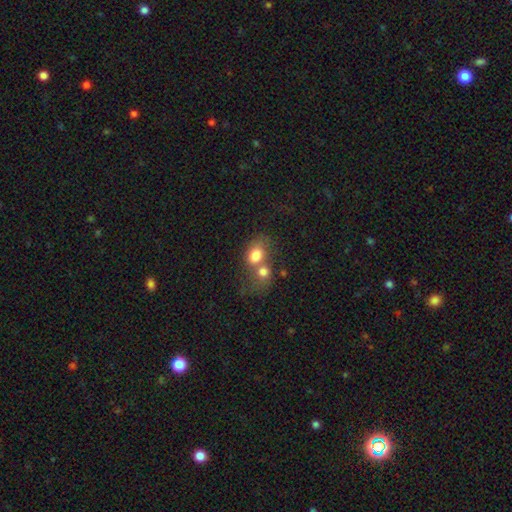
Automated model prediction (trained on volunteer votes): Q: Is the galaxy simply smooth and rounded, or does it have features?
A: smooth — 75%.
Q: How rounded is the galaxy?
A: in between — 62%.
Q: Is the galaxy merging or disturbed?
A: merger — 68%.